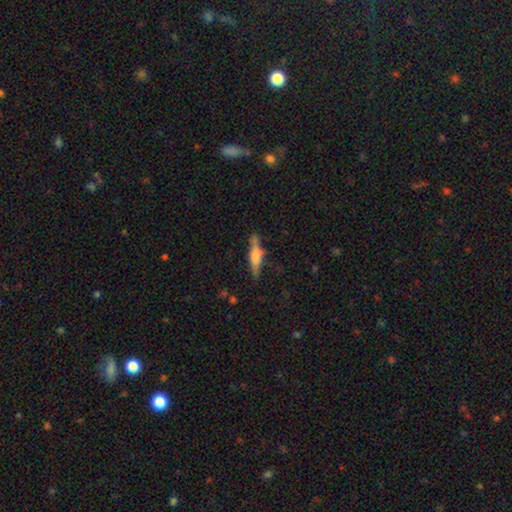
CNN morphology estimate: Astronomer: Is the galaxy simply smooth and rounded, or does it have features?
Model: featured or disk — 47% (runner-up: smooth, 46%).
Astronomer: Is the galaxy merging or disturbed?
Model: none — 75%.